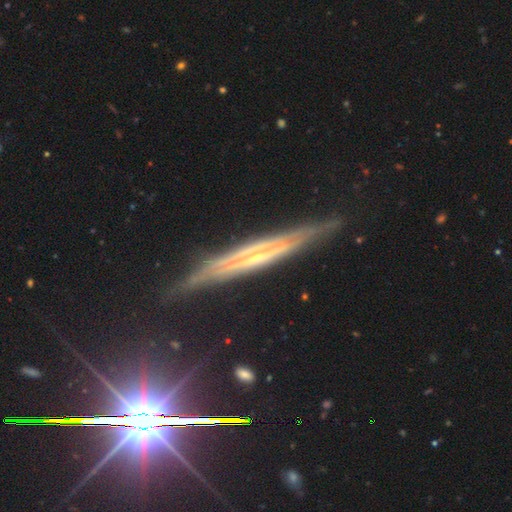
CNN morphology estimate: A featured or disk galaxy (77%) viewed edge-on (88%) with no central bulge (52%).

Vote fractions:
- Smooth or featured? featured or disk: 77% / smooth: 12% / star or artifact: 11%
- Edge-on disk? yes: 88% / no: 12%
- Edge-on bulge? none: 52% / rounded: 37% / boxy: 11%
- Merging? none: 80% / minor disturbance: 14% / major disturbance: 4% / merger: 2%